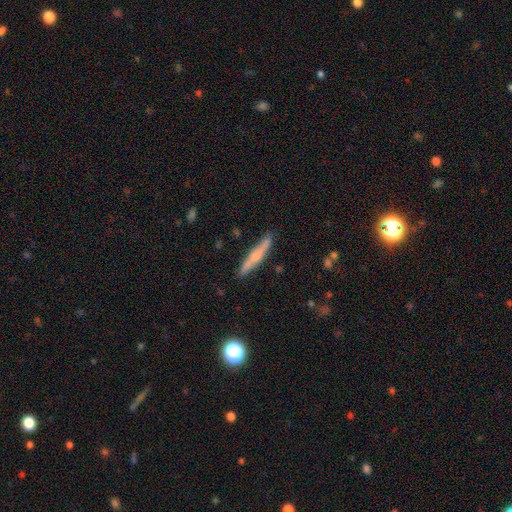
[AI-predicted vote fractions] Smooth or featured? smooth (50%)
Merging? none (87%)